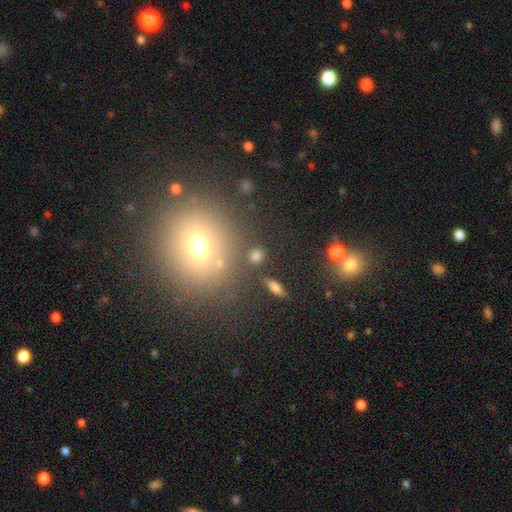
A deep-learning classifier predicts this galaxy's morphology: Smooth or featured?
  - smooth: 75% *
  - star or artifact: 17%
  - featured or disk: 8%
How rounded?
  - round: 66% *
  - in between: 30%
  - cigar-shaped: 4%
Merging?
  - none: 82% *
  - minor disturbance: 8%
  - merger: 6%
  - major disturbance: 4%